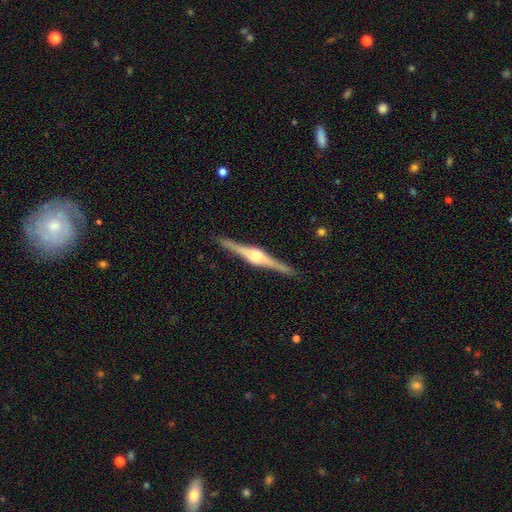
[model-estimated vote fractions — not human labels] Smooth or featured? featured or disk (87%)
Edge-on disk? yes (98%)
Edge-on bulge? rounded (85%)
Merging? none (91%)